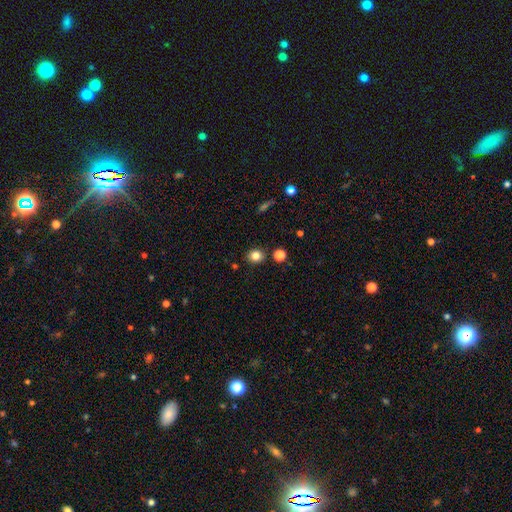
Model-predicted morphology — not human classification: smooth_or_featured: smooth (p=0.82) [alt: star or artifact p=0.12]
how_rounded: round (p=0.77) [alt: in between p=0.22]
merging: none (p=0.87) [alt: minor disturbance p=0.07]